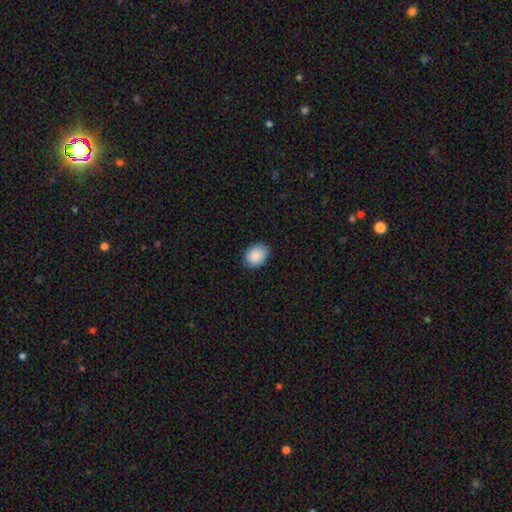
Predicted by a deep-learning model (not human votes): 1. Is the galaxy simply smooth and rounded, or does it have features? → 89% smooth, 7% star or artifact, 4% featured or disk.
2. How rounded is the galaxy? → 61% in between, 38% round, 1% cigar-shaped.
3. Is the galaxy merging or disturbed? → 84% none, 13% minor disturbance, 2% major disturbance, 1% merger.